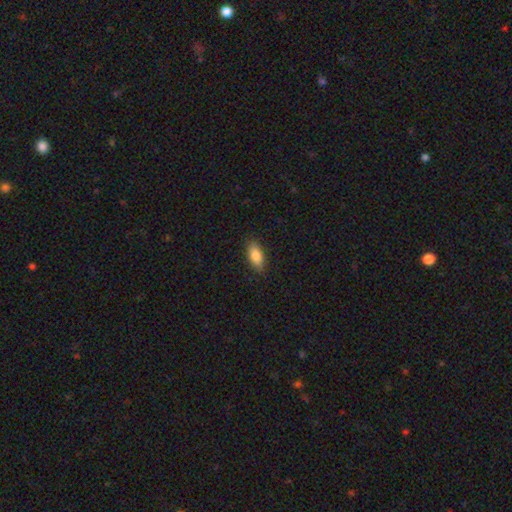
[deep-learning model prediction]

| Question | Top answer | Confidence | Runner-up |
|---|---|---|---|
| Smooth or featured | smooth | 83% | featured or disk (10%) |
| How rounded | in between | 84% | cigar-shaped (13%) |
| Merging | none | 87% | minor disturbance (10%) |